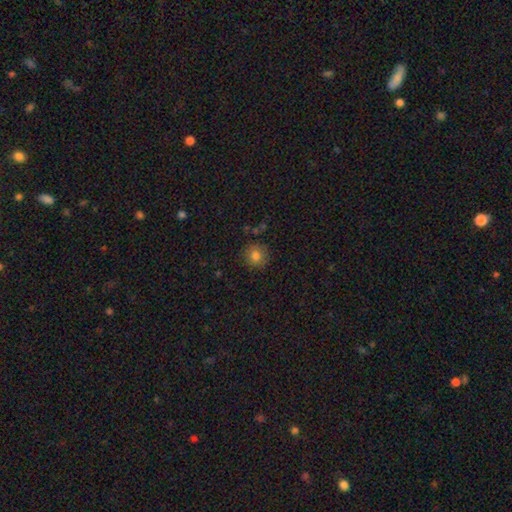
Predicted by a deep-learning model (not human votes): A smooth galaxy with no disk features (81%) that is round (91%).

Vote fractions:
- Smooth or featured? smooth: 81% / star or artifact: 12% / featured or disk: 7%
- How rounded? round: 91% / in between: 8% / cigar-shaped: 1%
- Merging? none: 86% / minor disturbance: 10% / major disturbance: 2% / merger: 2%